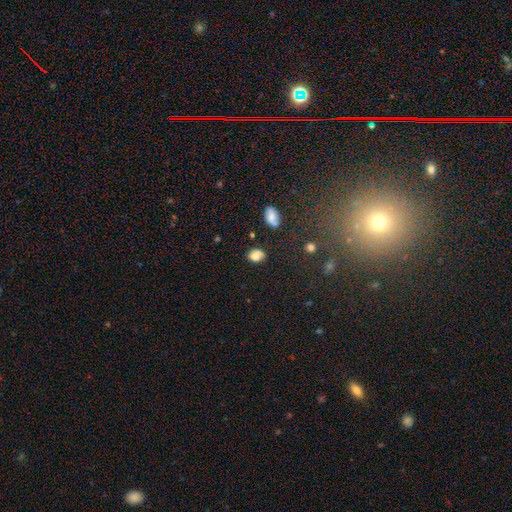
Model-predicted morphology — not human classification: Smooth or featured?
  - smooth: 74% *
  - featured or disk: 13%
  - star or artifact: 13%
How rounded?
  - in between: 55% *
  - round: 43%
  - cigar-shaped: 1%
Merging?
  - none: 50% *
  - merger: 23%
  - minor disturbance: 19%
  - major disturbance: 8%